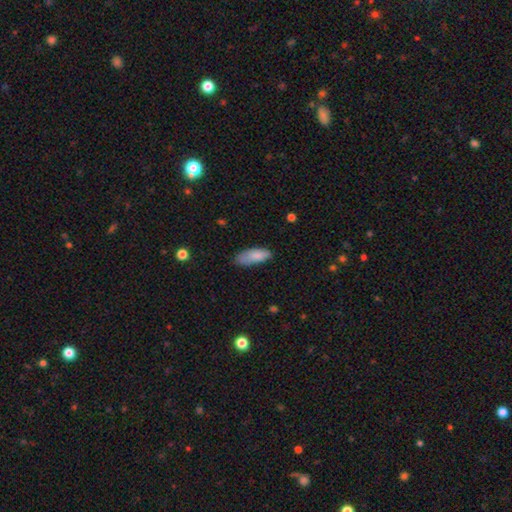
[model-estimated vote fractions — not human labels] Smooth or featured? Predicted: smooth (p=0.84). How rounded? Predicted: in between (p=0.74). Merging? Predicted: none (p=0.58).